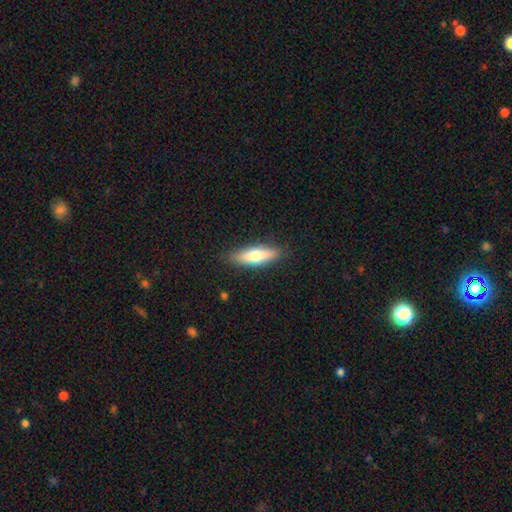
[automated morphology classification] A smooth galaxy with no disk features (64%) that is cigar-shaped (52%).

Vote fractions:
- Smooth or featured? smooth: 64% / featured or disk: 29% / star or artifact: 6%
- How rounded? cigar-shaped: 52% / in between: 46% / round: 2%
- Merging? none: 87% / minor disturbance: 10% / major disturbance: 2% / merger: 1%